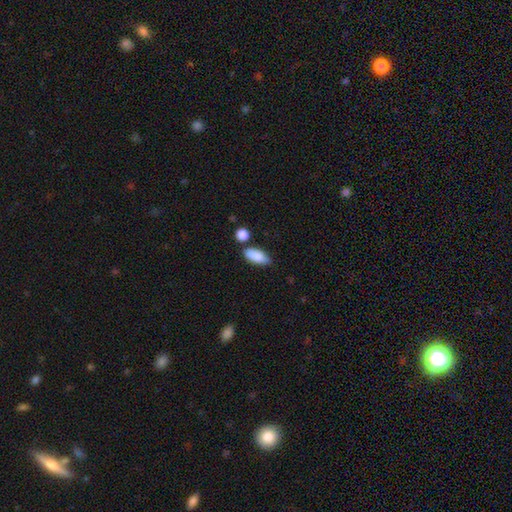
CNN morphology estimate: smooth 87%, star or artifact 7%, featured or disk 6%. Down the decision tree: how rounded — in between (83%); merging — none (68%).